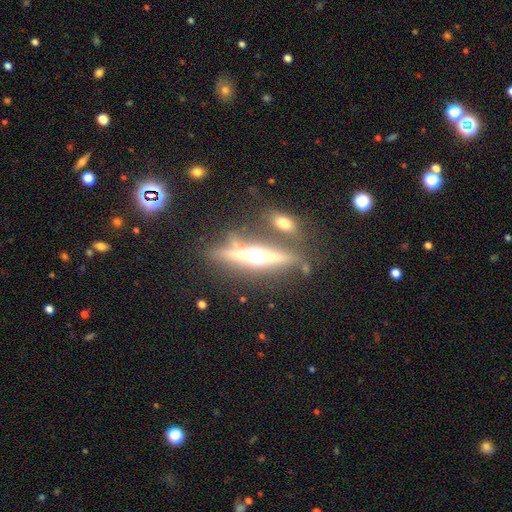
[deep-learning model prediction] Smooth or featured? featured or disk (77%)
Edge-on disk? yes (95%)
Edge-on bulge? rounded (93%)
Merging? none (70%)